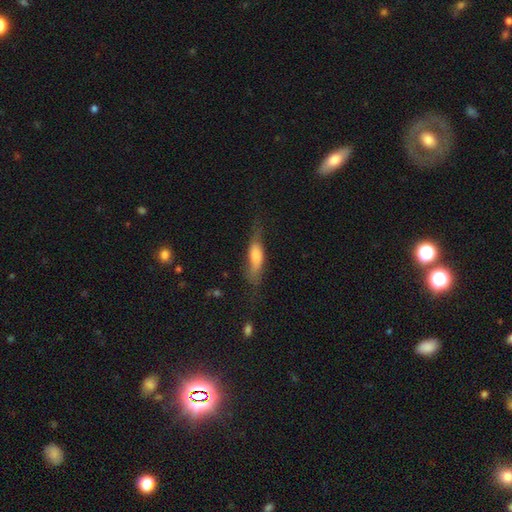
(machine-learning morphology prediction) A smooth galaxy with no disk features (61%) that is cigar-shaped (56%).

Vote fractions:
- Smooth or featured? smooth: 61% / featured or disk: 32% / star or artifact: 7%
- How rounded? cigar-shaped: 56% / in between: 41% / round: 3%
- Merging? none: 54% / minor disturbance: 29% / major disturbance: 15% / merger: 3%